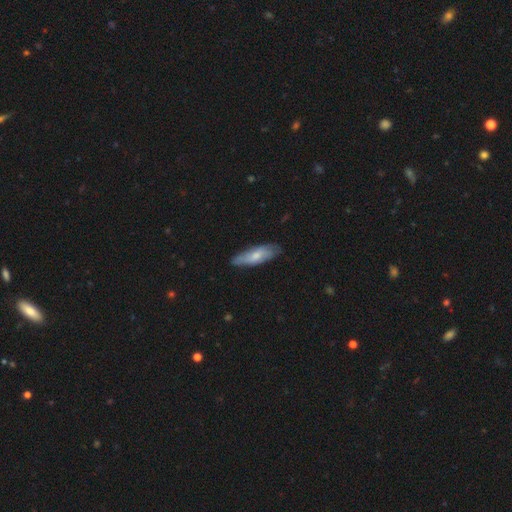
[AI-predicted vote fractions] Morphology: type=smooth (62%); roundness=in between (53%); merging=none (74%).